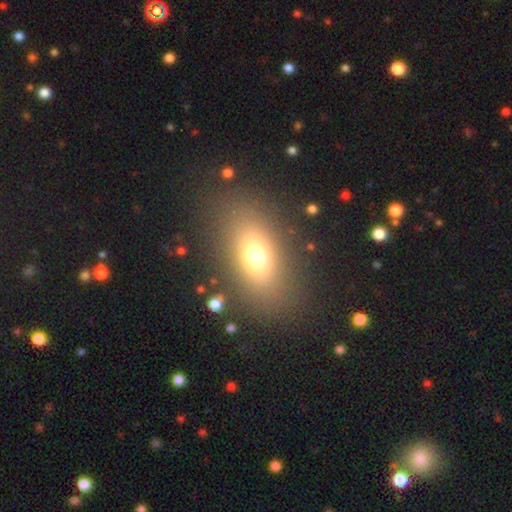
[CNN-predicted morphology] Smooth or featured? smooth (70%)
How rounded? in between (79%)
Merging? none (83%)